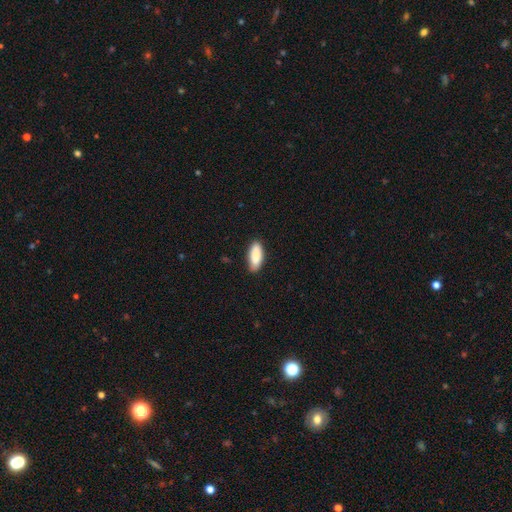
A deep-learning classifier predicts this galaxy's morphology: Overall: smooth (89%). How rounded: in between (79%). Merging: none (85%).